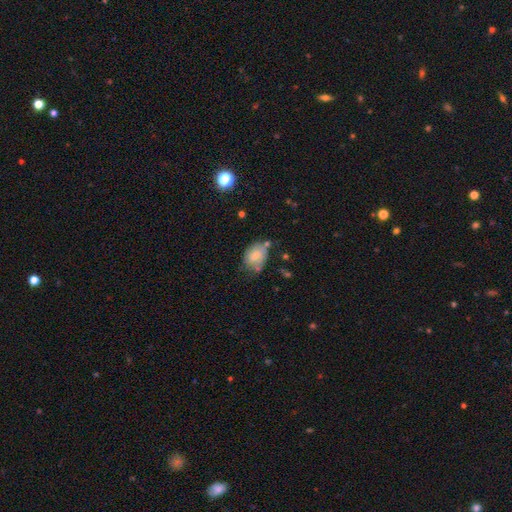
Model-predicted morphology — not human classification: A smooth galaxy with no disk features (72%) that is in between round and cigar-shaped (71%). Merging: none (52%).